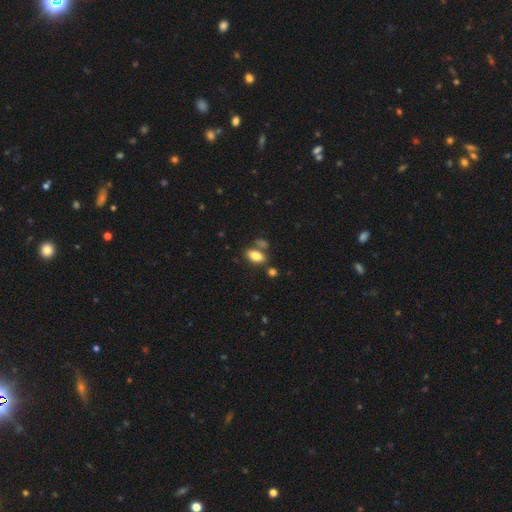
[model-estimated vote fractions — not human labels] Morphology: type=smooth (83%); roundness=in between (90%); merging=none (66%).